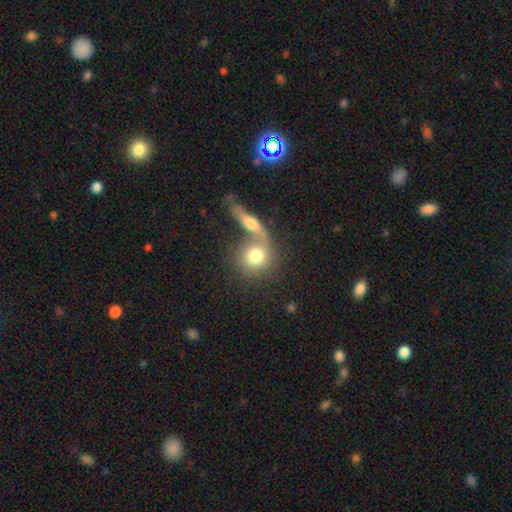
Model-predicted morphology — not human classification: Smooth or featured?
  - smooth: 69% *
  - featured or disk: 23%
  - star or artifact: 8%
How rounded?
  - round: 78% *
  - in between: 18%
  - cigar-shaped: 3%
Merging?
  - merger: 53% *
  - none: 33%
  - minor disturbance: 7%
  - major disturbance: 7%